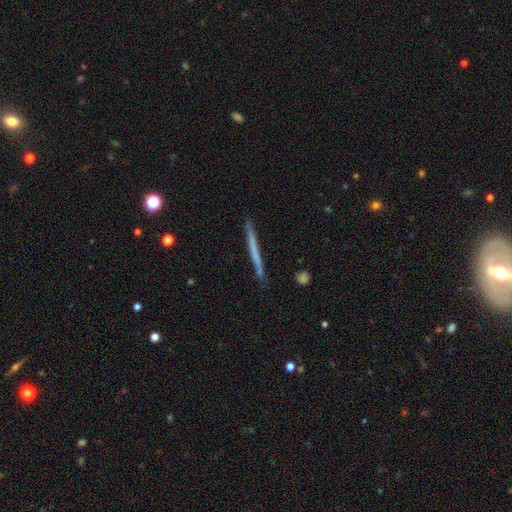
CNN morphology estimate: This appears to be a smooth galaxy with no disk features (49%). Merging: none (88%).